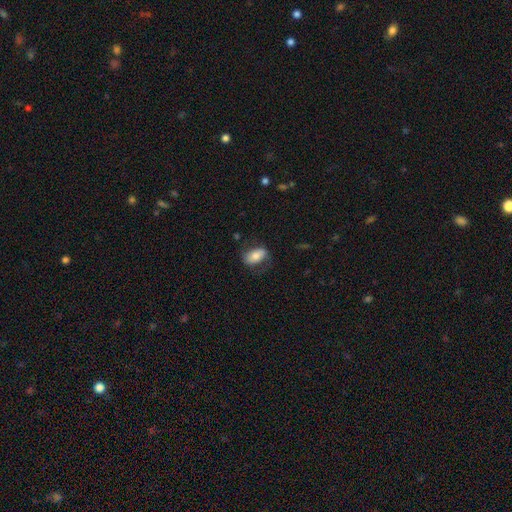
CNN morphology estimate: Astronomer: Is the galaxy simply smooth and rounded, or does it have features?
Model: smooth — 69%.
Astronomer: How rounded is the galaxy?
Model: in between — 91%.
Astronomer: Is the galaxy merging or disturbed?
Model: none — 67%.